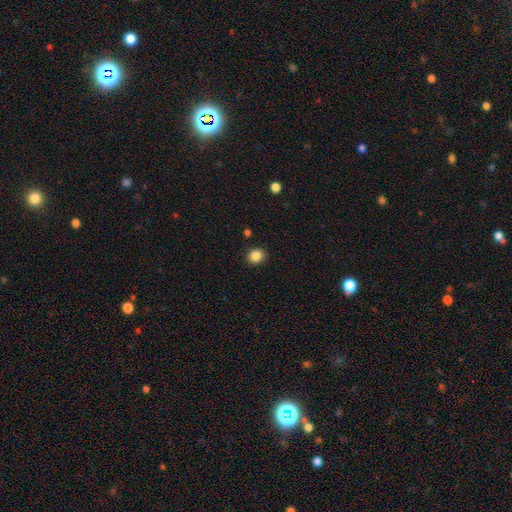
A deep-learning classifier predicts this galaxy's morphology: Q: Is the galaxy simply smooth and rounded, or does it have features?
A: smooth — 86%.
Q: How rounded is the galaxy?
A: round — 76%.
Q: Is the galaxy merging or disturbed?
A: none — 90%.